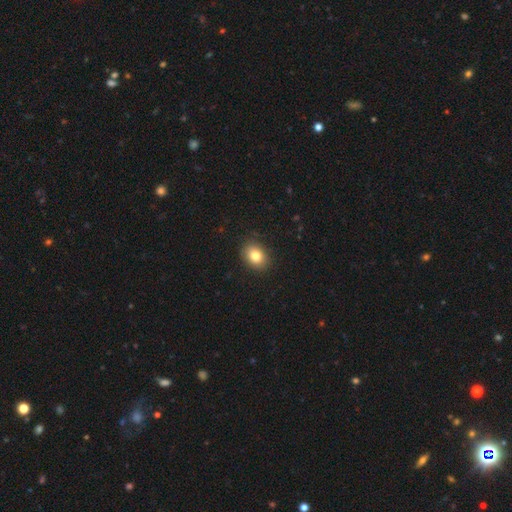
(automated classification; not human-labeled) smooth_or_featured: smooth (p=0.81) [alt: star or artifact p=0.10]
how_rounded: in between (p=0.54) [alt: round p=0.45]
merging: none (p=0.89) [alt: minor disturbance p=0.08]